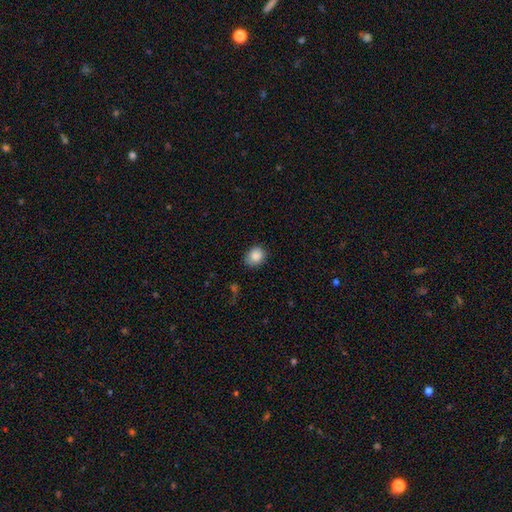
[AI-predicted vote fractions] A smooth galaxy with no disk features (87%) that is round (68%).

Vote fractions:
- Smooth or featured? smooth: 87% / star or artifact: 9% / featured or disk: 4%
- How rounded? round: 68% / in between: 31% / cigar-shaped: 1%
- Merging? none: 74% / minor disturbance: 20% / major disturbance: 4% / merger: 2%